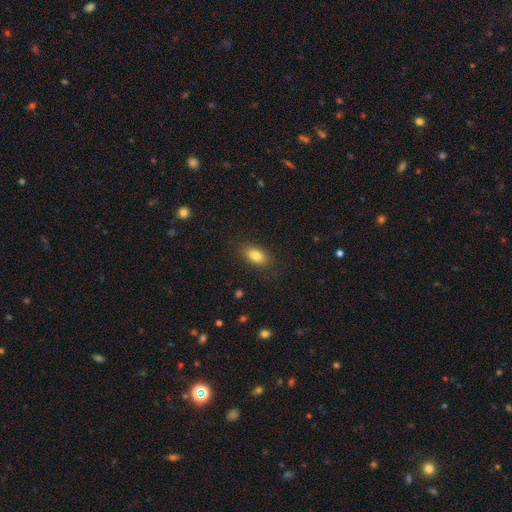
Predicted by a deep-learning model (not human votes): Smooth or featured: smooth — 84% (featured or disk — 8%)
How rounded: in between — 89% (round — 7%)
Merging: none — 85% (minor disturbance — 11%)